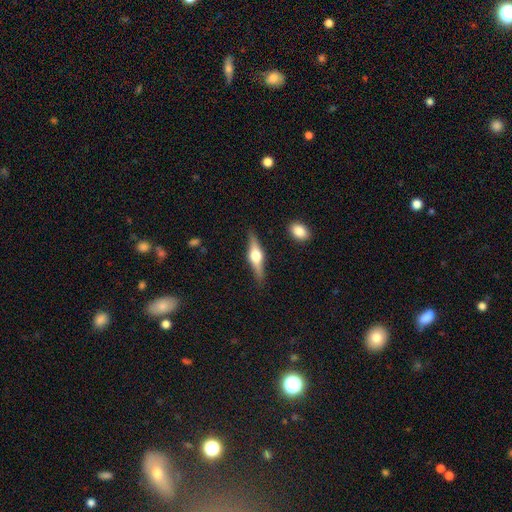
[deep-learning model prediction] Smooth or featured?
  - featured or disk: 72% *
  - smooth: 23%
  - star or artifact: 6%
Edge-on disk?
  - yes: 97% *
  - no: 3%
Edge-on bulge?
  - rounded: 95% *
  - boxy: 4%
  - none: 1%
Merging?
  - none: 86% *
  - minor disturbance: 10%
  - major disturbance: 2%
  - merger: 2%